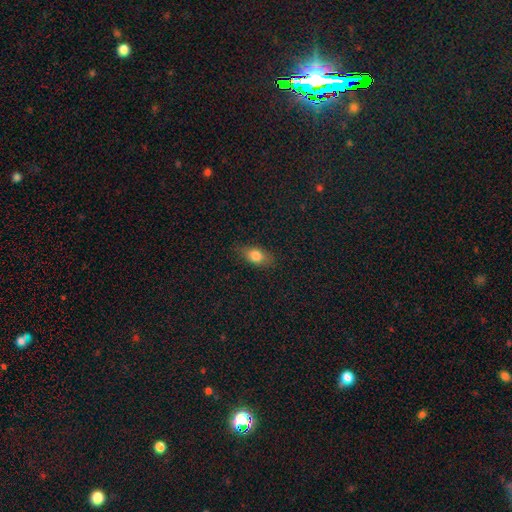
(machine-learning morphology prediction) smooth 77%, featured or disk 13%, star or artifact 10%. Down the decision tree: how rounded — in between (79%); merging — none (79%).